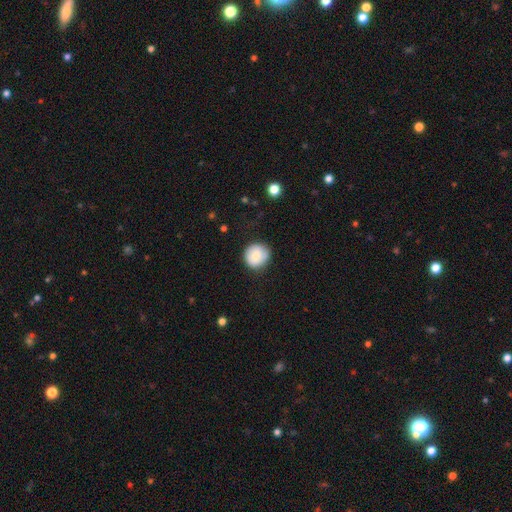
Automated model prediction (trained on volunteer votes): This is clearly a smooth galaxy (81%). How rounded: clearly round (90%). Merging: clearly none (82%).